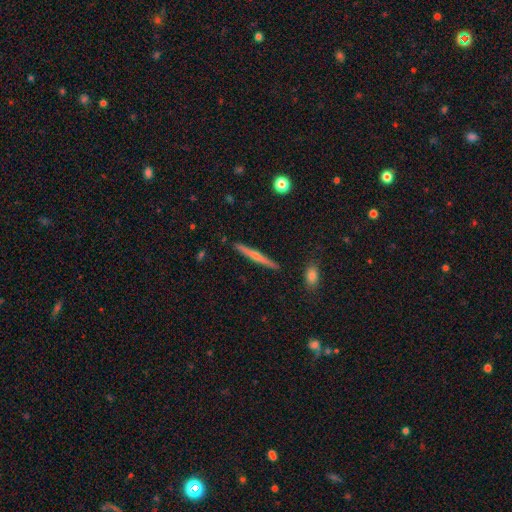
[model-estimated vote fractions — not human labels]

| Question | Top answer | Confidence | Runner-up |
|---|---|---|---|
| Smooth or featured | featured or disk | 64% | smooth (26%) |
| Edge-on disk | yes | 96% | no (4%) |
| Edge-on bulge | rounded | 73% | none (20%) |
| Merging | none | 87% | minor disturbance (9%) |